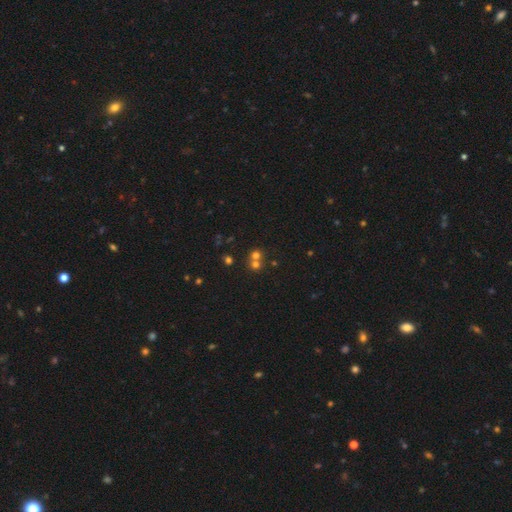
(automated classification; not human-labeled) Smooth or featured: smooth — 62% (star or artifact — 24%)
How rounded: round — 86% (in between — 13%)
Merging: merger — 50% (none — 42%)